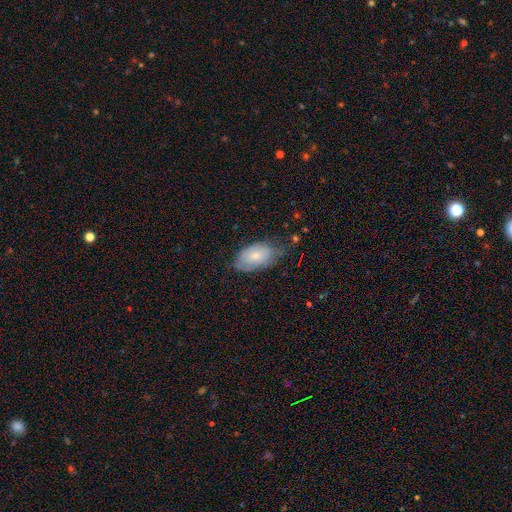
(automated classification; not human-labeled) Overall: smooth (68%). How rounded: in between (93%). Merging: none (53%; minor disturbance 35%).